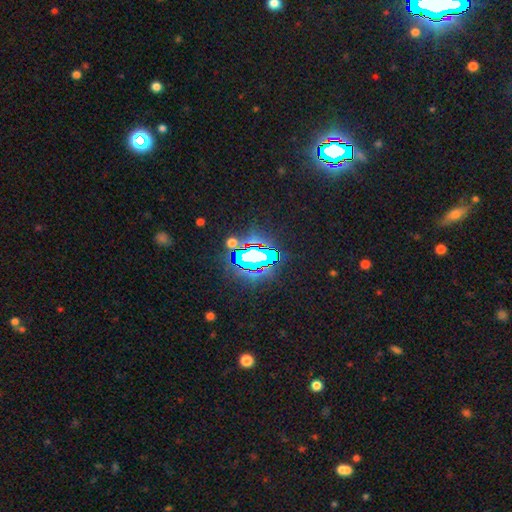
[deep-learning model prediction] A star or artifact, not a galaxy (71%).

Vote fractions:
- Smooth or featured? star or artifact: 71% / smooth: 16% / featured or disk: 12%